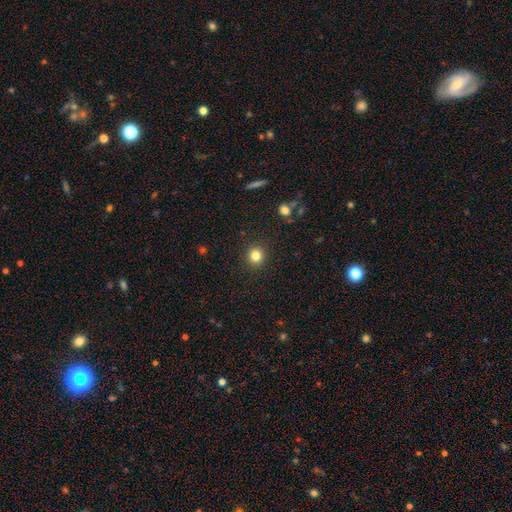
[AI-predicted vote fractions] Q: Smooth or featured?
A: smooth (82%); runner-up: star or artifact (13%)
Q: How rounded?
A: round (92%); runner-up: in between (7%)
Q: Merging?
A: none (92%); runner-up: minor disturbance (5%)